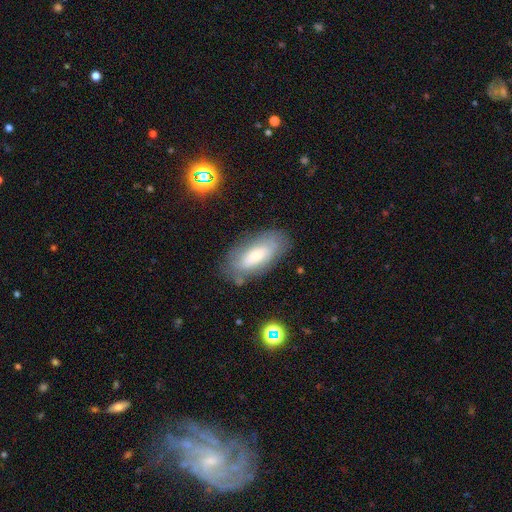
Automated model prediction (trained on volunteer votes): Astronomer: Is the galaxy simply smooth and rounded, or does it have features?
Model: smooth — 53% (runner-up: featured or disk, 38%).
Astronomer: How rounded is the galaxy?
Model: in between — 85%.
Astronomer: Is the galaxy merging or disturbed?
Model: none — 77%.